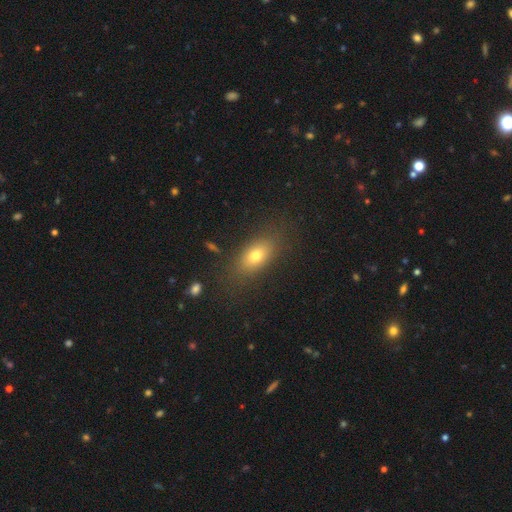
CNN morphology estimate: Overall: smooth (72%). How rounded: in between (80%). Merging: none (81%).